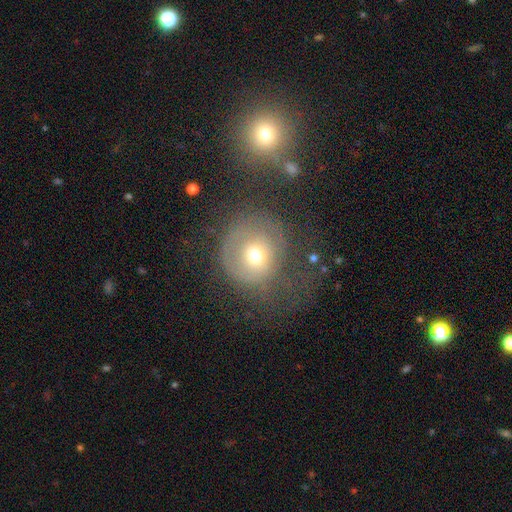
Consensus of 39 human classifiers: Q: Smooth or featured?
A: smooth (69%); runner-up: featured or disk (21%)
Q: How rounded?
A: round (96%); runner-up: in between (4%)
Q: Merging?
A: none (54%); runner-up: major disturbance (26%)